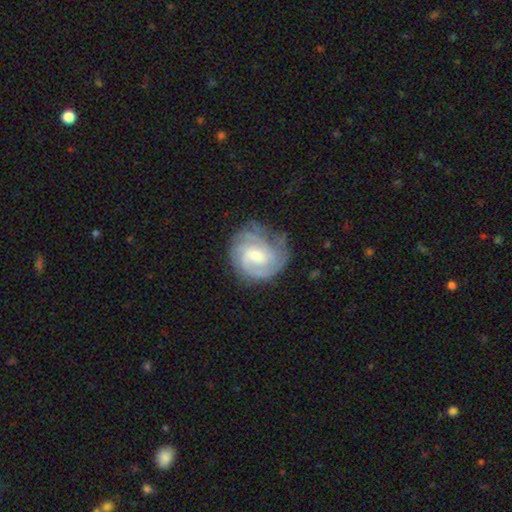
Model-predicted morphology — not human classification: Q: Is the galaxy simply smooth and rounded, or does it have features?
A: featured or disk — 84%.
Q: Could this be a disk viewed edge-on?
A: no — 98%.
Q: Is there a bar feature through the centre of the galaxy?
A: weak — 50%.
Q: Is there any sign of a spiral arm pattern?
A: yes — 96%.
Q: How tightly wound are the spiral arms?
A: tight — 60%.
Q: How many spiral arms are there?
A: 3 — 32%.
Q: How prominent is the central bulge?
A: small — 49%.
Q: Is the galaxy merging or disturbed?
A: none — 70%.